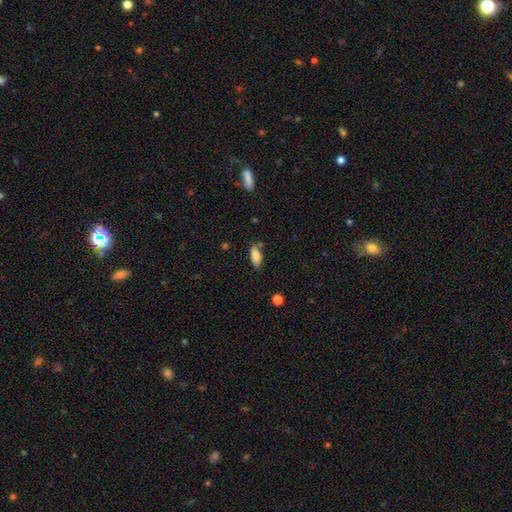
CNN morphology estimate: type=smooth (83%); roundness=in between (79%); merging=none (75%).